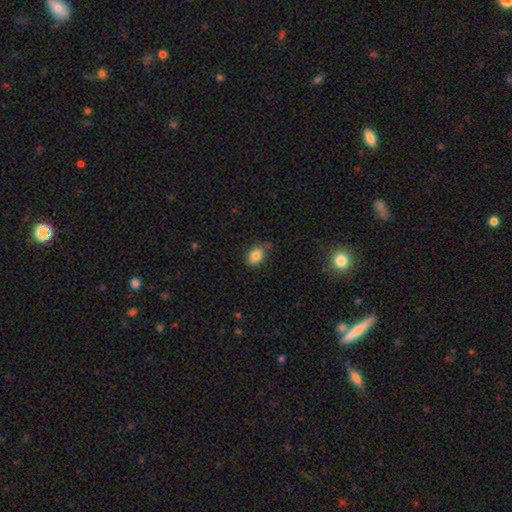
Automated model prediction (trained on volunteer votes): Smooth or featured: smooth — 83% (star or artifact — 10%)
How rounded: in between — 73% (round — 26%)
Merging: none — 69% (minor disturbance — 20%)